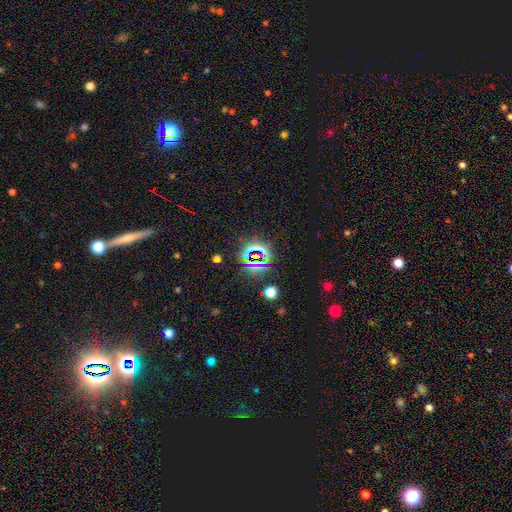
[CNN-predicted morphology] smooth-or-featured: star or artifact: 77% | smooth: 14% | featured or disk: 8%